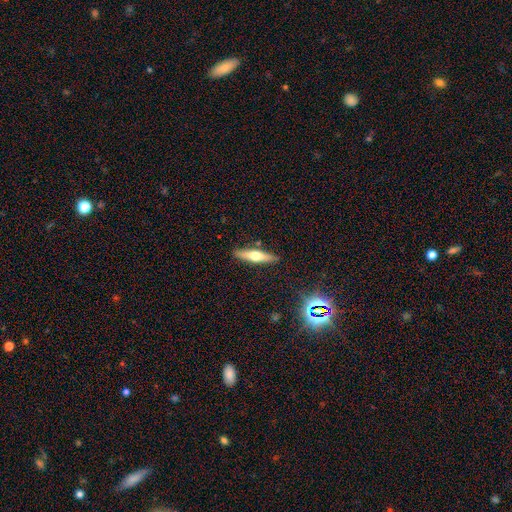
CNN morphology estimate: smooth-or-featured: featured or disk: 47% | smooth: 46% | star or artifact: 7%
  merging: none: 87% | minor disturbance: 9% | merger: 2% | major disturbance: 2%